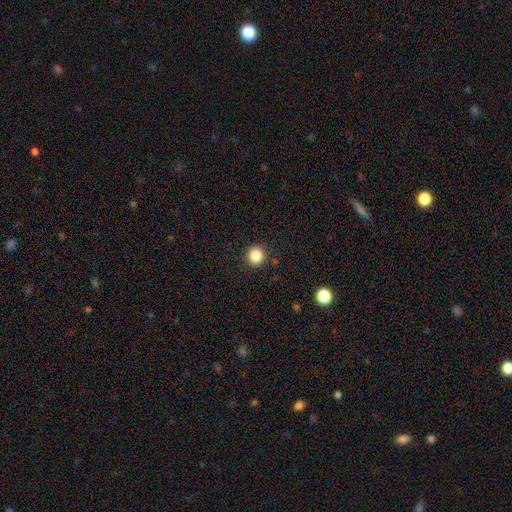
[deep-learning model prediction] Smooth or featured: smooth — 86% (star or artifact — 10%)
How rounded: round — 83% (in between — 16%)
Merging: none — 90% (minor disturbance — 6%)